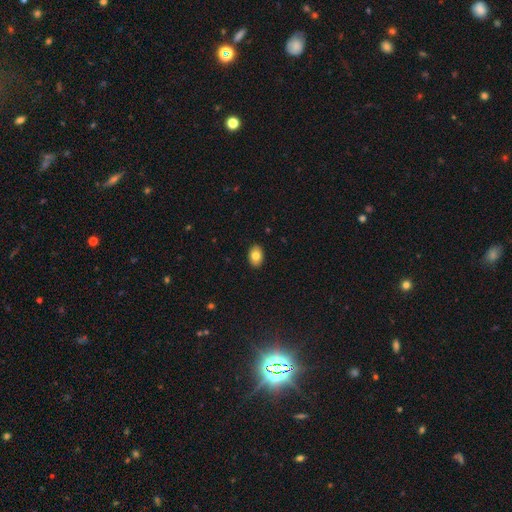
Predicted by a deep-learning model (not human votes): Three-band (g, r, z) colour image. It shows a smooth galaxy with no disk features (82%) that is in between round and cigar-shaped (83%). Merging: none (90%).